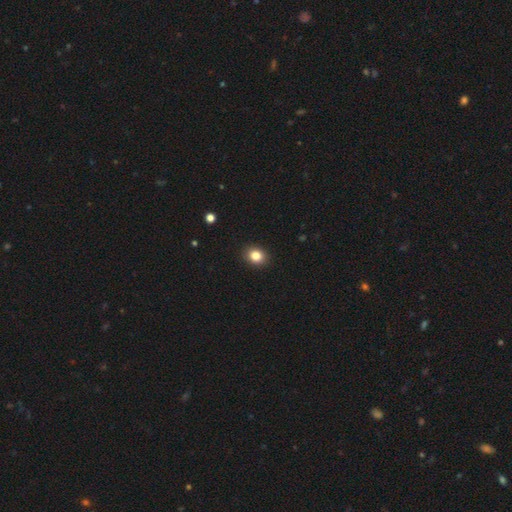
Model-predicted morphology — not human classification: This is clearly a smooth galaxy (84%). How rounded: possibly round (56%). Merging: clearly none (91%).